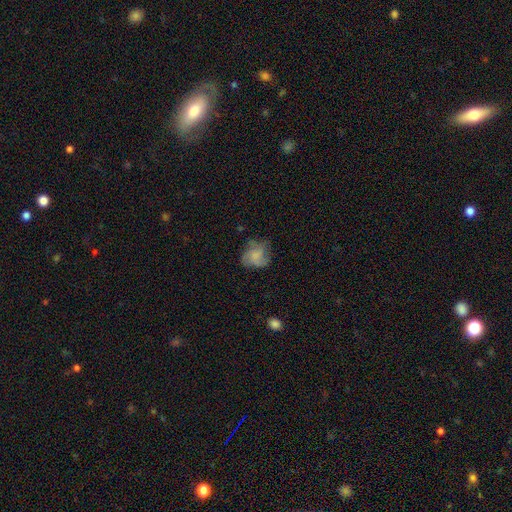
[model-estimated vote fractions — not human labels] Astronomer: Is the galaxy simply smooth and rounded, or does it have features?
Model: smooth — 54% (runner-up: featured or disk, 36%).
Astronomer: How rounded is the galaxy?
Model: round — 62% (runner-up: in between, 37%).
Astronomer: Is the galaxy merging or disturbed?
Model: none — 58%.